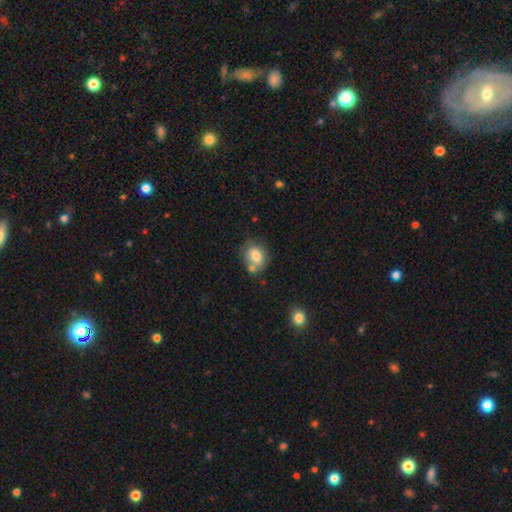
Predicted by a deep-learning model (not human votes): Smooth or featured? smooth (77%)
How rounded? round (55%)
Merging? none (57%)